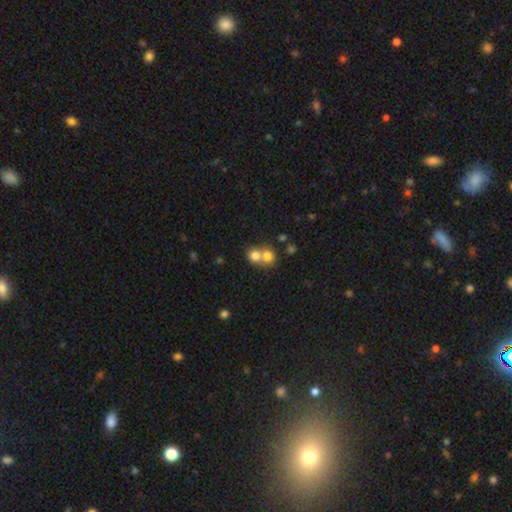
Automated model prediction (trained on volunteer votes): Q: Smooth or featured?
A: smooth (76%); runner-up: featured or disk (13%)
Q: How rounded?
A: round (80%); runner-up: in between (19%)
Q: Merging?
A: merger (62%); runner-up: none (32%)